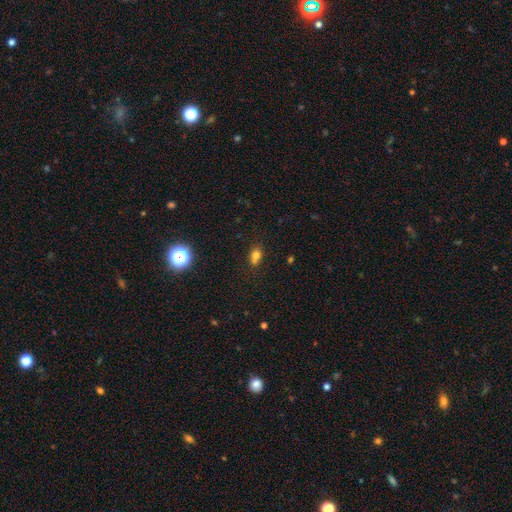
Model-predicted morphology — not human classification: The model was most divided on "how rounded": in between: 53%, round: 45%, cigar-shaped: 2%. More confident: smooth or featured — smooth (73%); merging — none (50%).